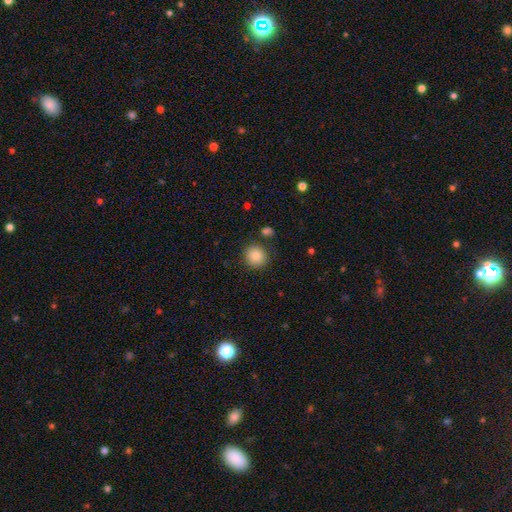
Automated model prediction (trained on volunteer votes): Q: Smooth or featured?
A: smooth (86%); runner-up: star or artifact (9%)
Q: How rounded?
A: round (89%); runner-up: in between (10%)
Q: Merging?
A: none (84%); runner-up: minor disturbance (10%)